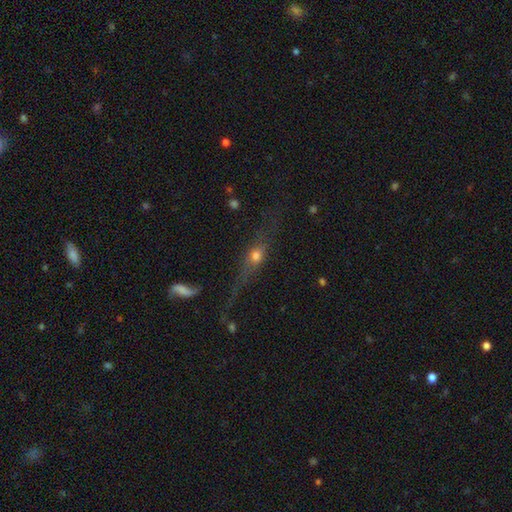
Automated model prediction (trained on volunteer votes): A smooth galaxy with no disk features (44%). Merging: none (53%).